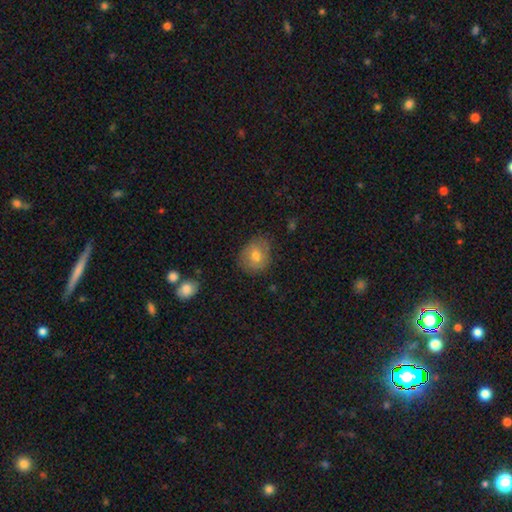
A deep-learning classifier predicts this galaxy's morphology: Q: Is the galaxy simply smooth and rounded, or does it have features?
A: smooth — 69%.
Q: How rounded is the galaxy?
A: round — 64%.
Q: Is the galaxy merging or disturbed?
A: none — 74%.